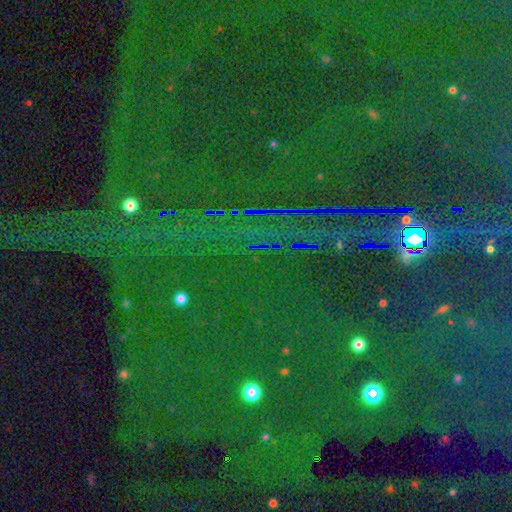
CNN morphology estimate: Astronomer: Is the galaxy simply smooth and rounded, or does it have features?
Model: star or artifact — 87%.